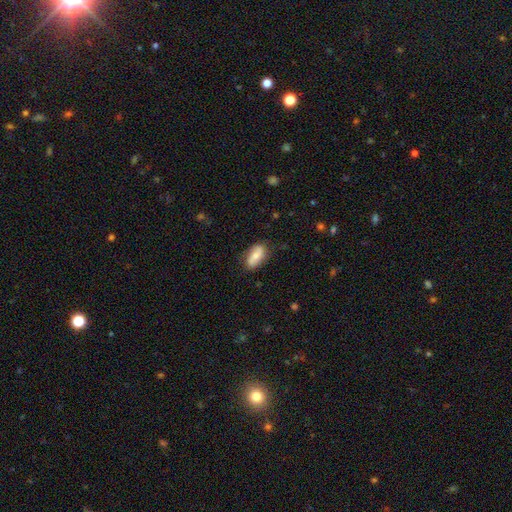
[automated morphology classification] smooth-or-featured: smooth: 63% | featured or disk: 31% | star or artifact: 7%
  how-rounded: in between: 87% | cigar-shaped: 9% | round: 4%
  merging: none: 77% | minor disturbance: 18% | major disturbance: 4% | merger: 1%